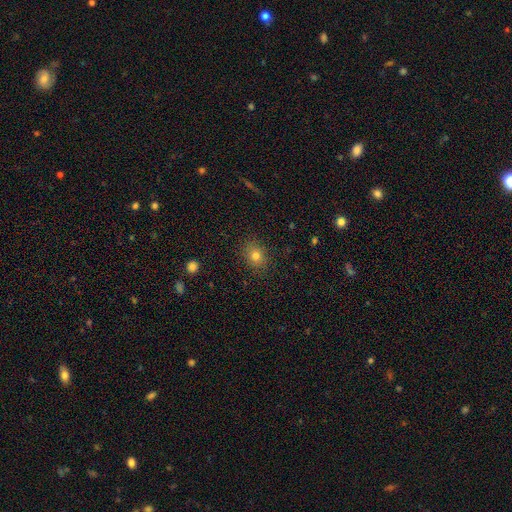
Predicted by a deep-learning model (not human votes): The model was most divided on "how rounded": round: 53%, in between: 46%, cigar-shaped: 1%. More confident: merging — none (87%); smooth or featured — smooth (78%).